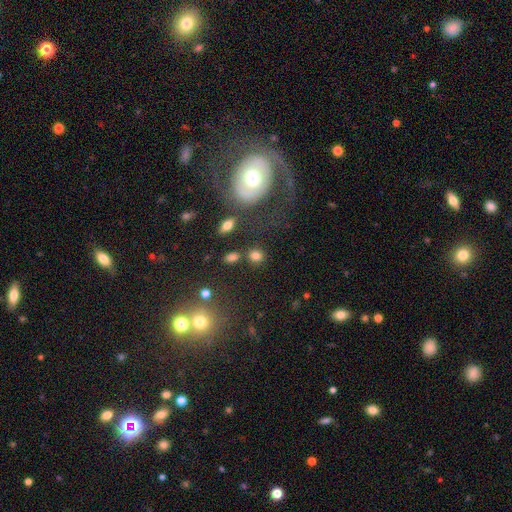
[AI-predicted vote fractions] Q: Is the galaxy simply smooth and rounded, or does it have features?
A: smooth — 79%.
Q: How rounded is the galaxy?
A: round — 77%.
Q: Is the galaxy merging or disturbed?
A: none — 74%.